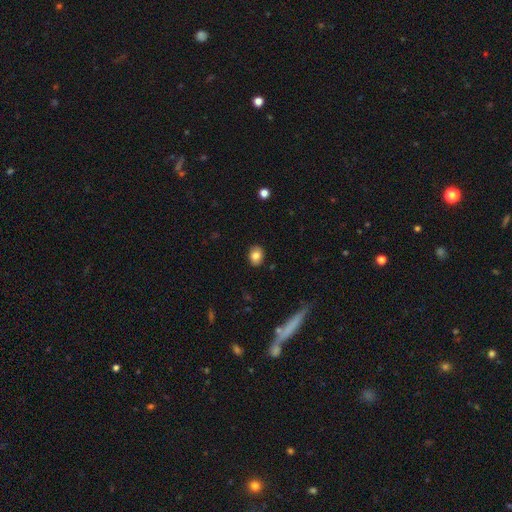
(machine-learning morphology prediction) Smooth or featured: smooth — 83% (star or artifact — 9%)
How rounded: in between — 63% (round — 36%)
Merging: none — 88% (minor disturbance — 9%)